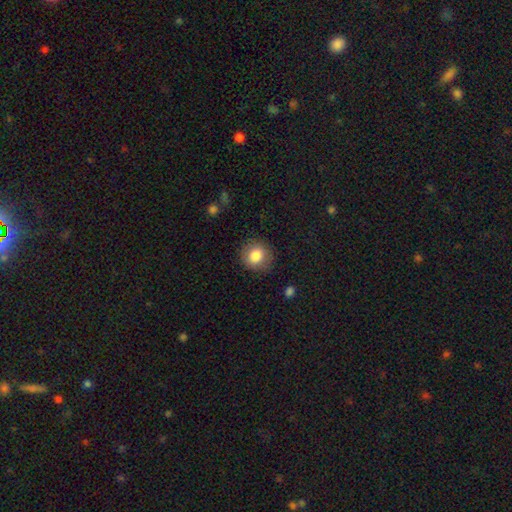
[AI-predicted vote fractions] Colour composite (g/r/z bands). It shows a smooth galaxy with no disk features (82%) that is round (87%). Merging: none (85%).